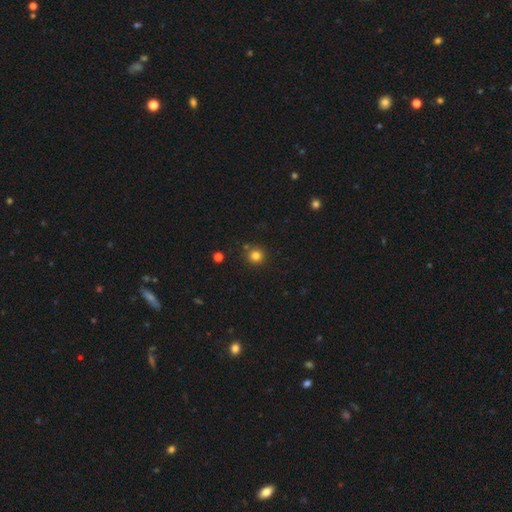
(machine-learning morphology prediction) This appears to be a smooth galaxy with no disk features (81%) that is round (93%). Merging: none (83%).